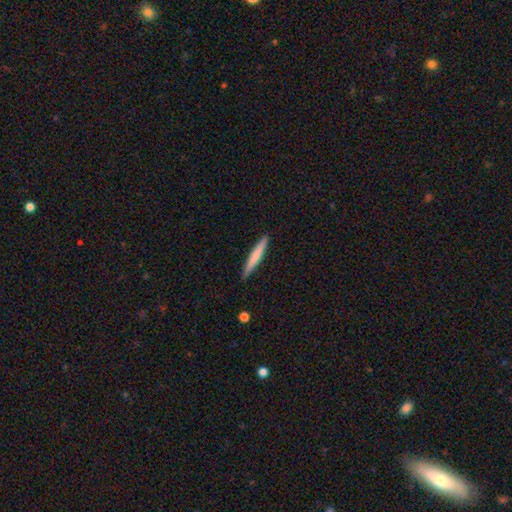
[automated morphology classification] smooth_or_featured: smooth (p=0.66) [alt: featured or disk p=0.29]
how_rounded: cigar-shaped (p=0.95) [alt: in between p=0.03]
merging: none (p=0.89) [alt: minor disturbance p=0.09]